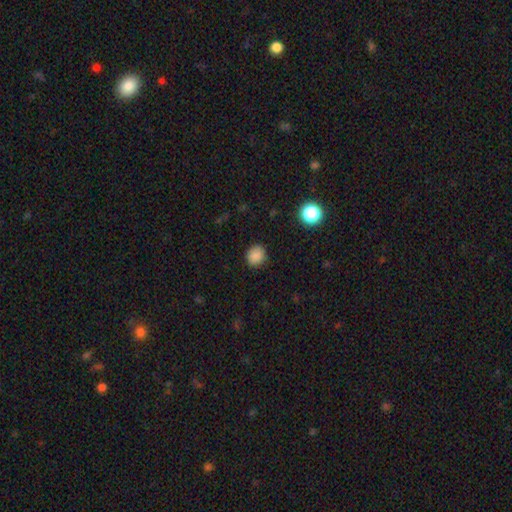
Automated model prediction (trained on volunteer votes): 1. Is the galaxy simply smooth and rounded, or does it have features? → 86% smooth, 11% star or artifact, 3% featured or disk.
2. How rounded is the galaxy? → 76% round, 23% in between, 1% cigar-shaped.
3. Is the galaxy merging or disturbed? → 87% none, 10% minor disturbance, 3% major disturbance, 1% merger.